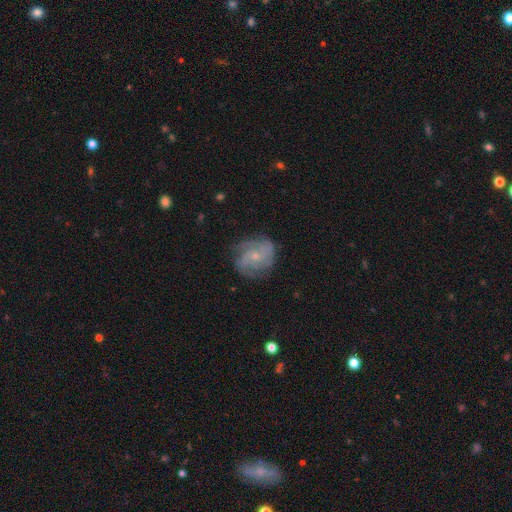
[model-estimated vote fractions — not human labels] featured or disk 80%, smooth 13%, star or artifact 7%. Down the decision tree: edge-on disk — no (98%); bar — no (69%); spiral arms — yes (95%); spiral arm count — 3 (31%); spiral winding — tight (49%); bulge size — small (69%); merging — none (75%).